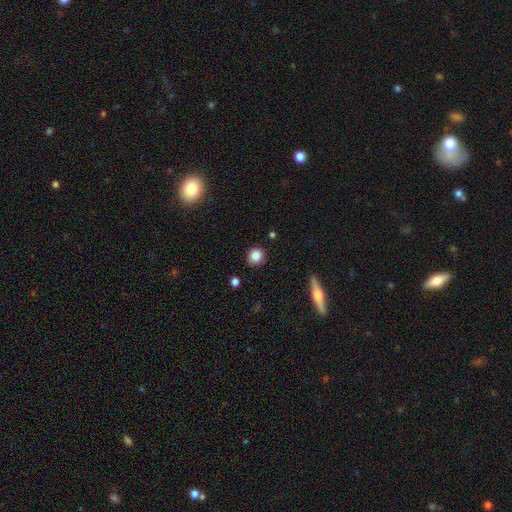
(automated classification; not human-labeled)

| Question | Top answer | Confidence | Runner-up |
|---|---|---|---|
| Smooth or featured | smooth | 85% | star or artifact (10%) |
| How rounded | round | 89% | in between (10%) |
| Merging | none | 86% | minor disturbance (9%) |